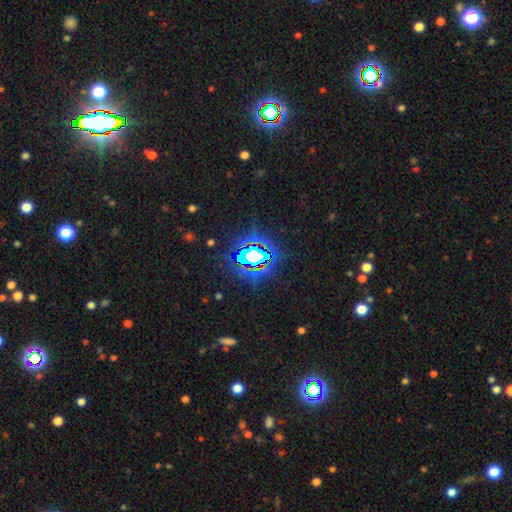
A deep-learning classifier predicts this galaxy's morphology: Smooth or featured?
  - star or artifact: 73% *
  - smooth: 14%
  - featured or disk: 12%